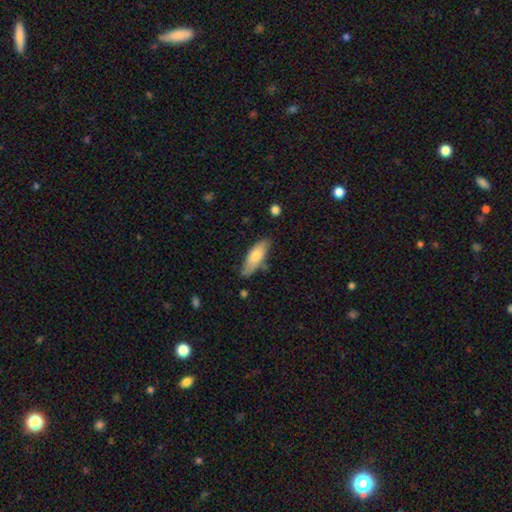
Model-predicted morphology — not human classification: This is likely a smooth galaxy (72%). How rounded: possibly in between (59%). Merging: likely none (71%).